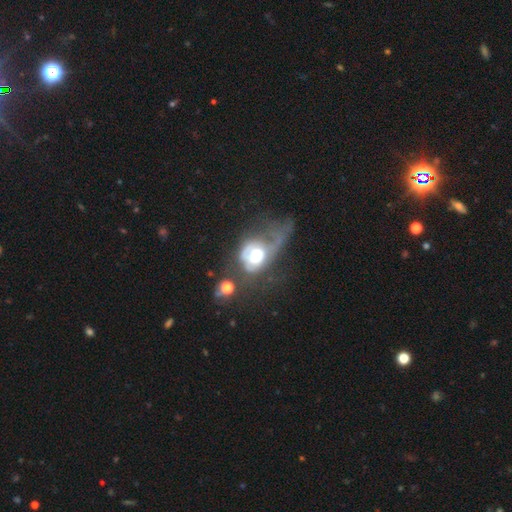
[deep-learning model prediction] smooth-or-featured: featured or disk: 53% | smooth: 39% | star or artifact: 9%
  disk-edge-on: no: 95% | yes: 5%
  merging: major disturbance: 61% | merger: 13% | none: 13% | minor disturbance: 13%